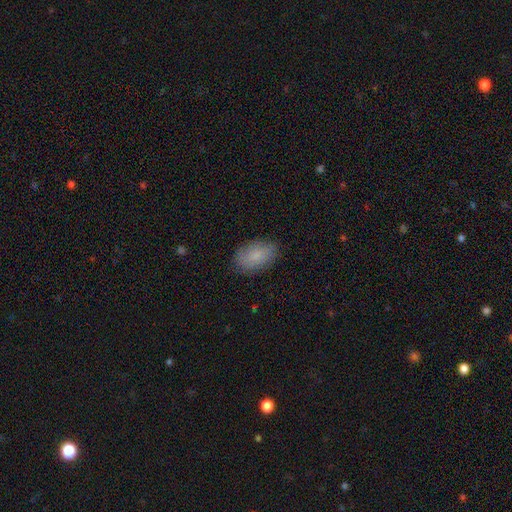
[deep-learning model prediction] smooth-or-featured: smooth: 84% | featured or disk: 9% | star or artifact: 7%
  how-rounded: in between: 91% | round: 8% | cigar-shaped: 2%
  merging: none: 84% | minor disturbance: 12% | major disturbance: 3% | merger: 1%